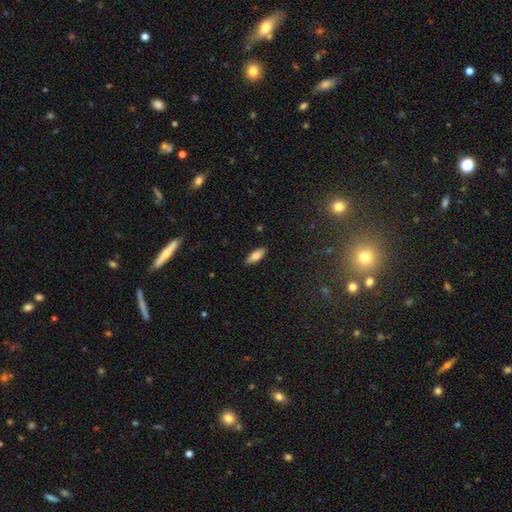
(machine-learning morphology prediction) This is likely a smooth galaxy (75%). How rounded: likely in between (75%). Merging: clearly none (89%).